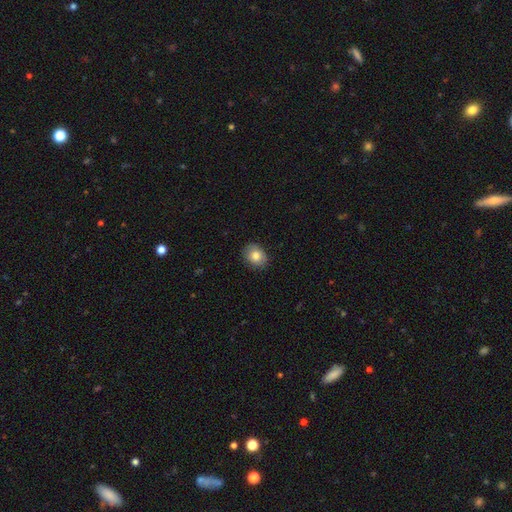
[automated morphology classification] Smooth or featured? Predicted: smooth (p=0.82). How rounded? Predicted: in between (p=0.53). Merging? Predicted: none (p=0.86).